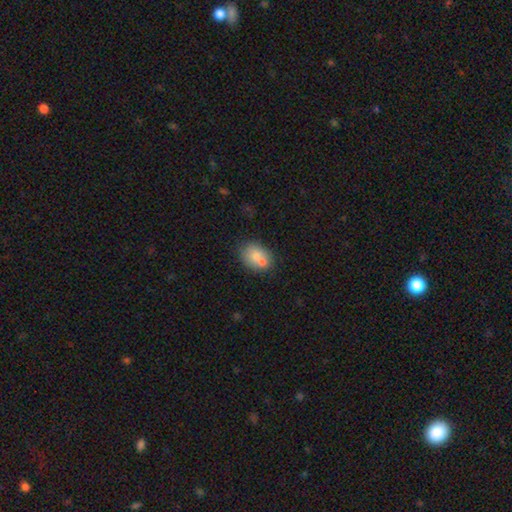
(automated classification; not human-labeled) Smooth or featured? Predicted: smooth (p=0.72). How rounded? Predicted: in between (p=0.59). Merging? Predicted: none (p=0.47).